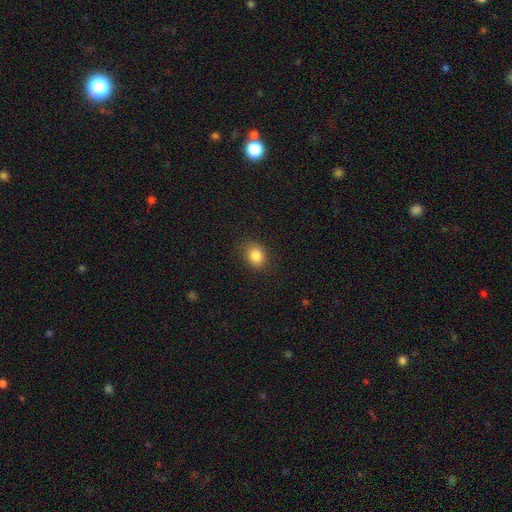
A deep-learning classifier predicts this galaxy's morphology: A smooth galaxy with no disk features (84%) that is round (55%). Merging: none (82%).